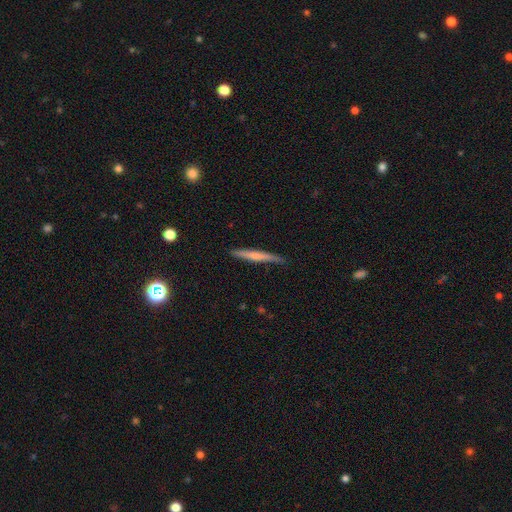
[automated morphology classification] Overall: smooth (54%; featured or disk 41%). How rounded: cigar-shaped (95%). Merging: none (84%).